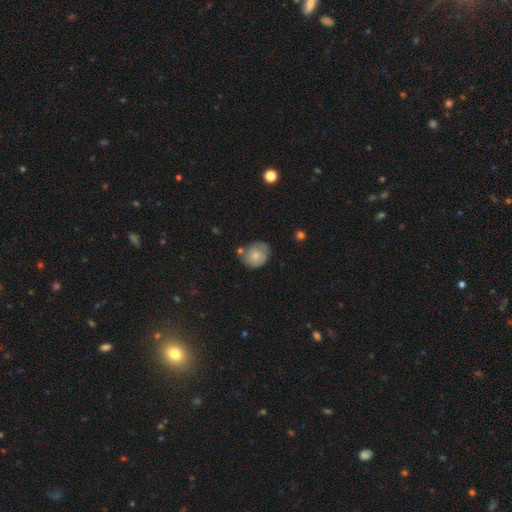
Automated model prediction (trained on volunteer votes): smooth_or_featured: smooth (p=0.72) [alt: featured or disk p=0.20]
how_rounded: round (p=0.64) [alt: in between p=0.35]
merging: none (p=0.58) [alt: minor disturbance p=0.26]